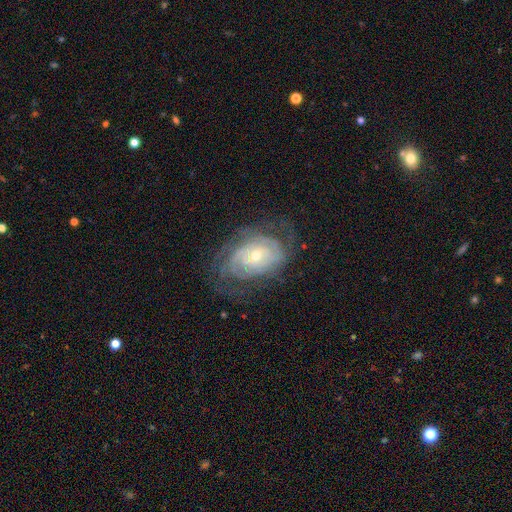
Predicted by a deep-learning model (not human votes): Smooth or featured: featured or disk — 83% (smooth — 10%)
Edge-on disk: no — 96% (yes — 4%)
Bar: no — 70% (weak — 23%)
Spiral arms: yes — 92% (no — 8%)
Spiral winding: tight — 69% (medium — 24%)
Spiral arm count: can't tell — 41% (2 — 24%)
Bulge size: small — 56% (moderate — 40%)
Merging: none — 66% (minor disturbance — 19%)